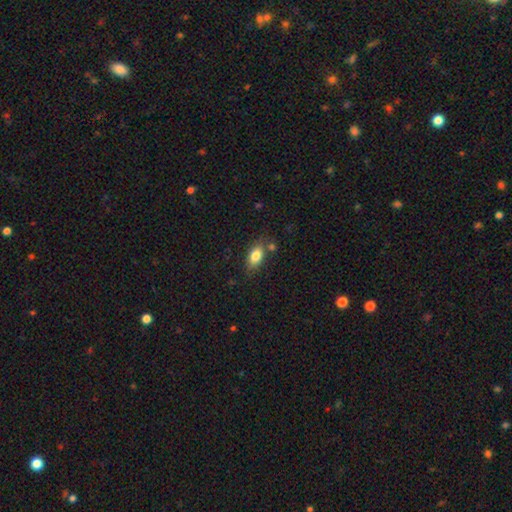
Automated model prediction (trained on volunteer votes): Morphology: type=smooth (81%); roundness=in between (86%); merging=none (70%).